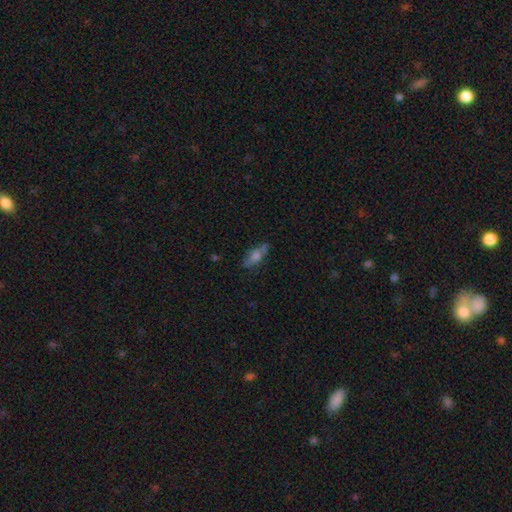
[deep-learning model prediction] Overall: smooth (49%; featured or disk 41%). Merging: none (71%).